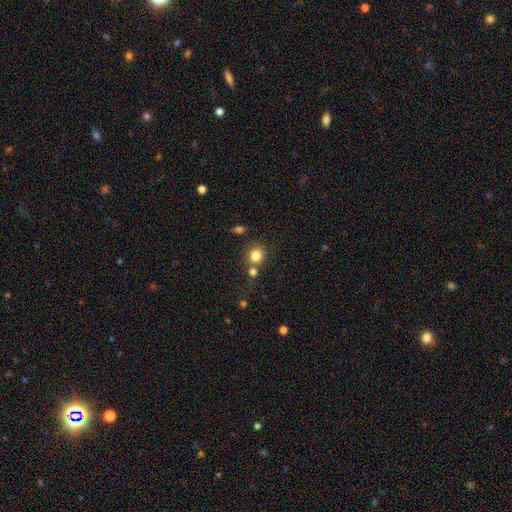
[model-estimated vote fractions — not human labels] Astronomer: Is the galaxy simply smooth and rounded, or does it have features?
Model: smooth — 81%.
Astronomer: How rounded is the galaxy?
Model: round — 82%.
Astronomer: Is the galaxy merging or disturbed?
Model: none — 68%.